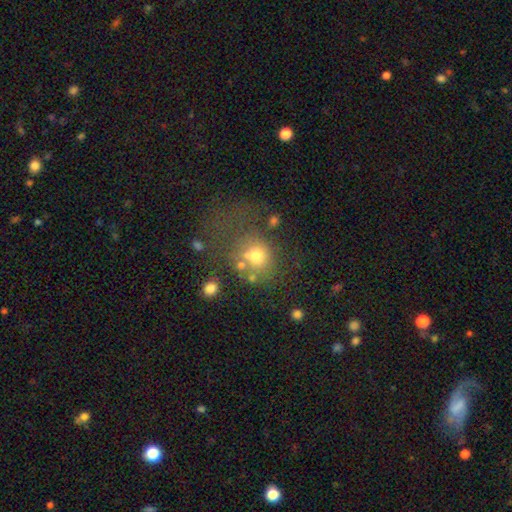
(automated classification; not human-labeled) Q: Smooth or featured?
A: smooth (68%); runner-up: star or artifact (16%)
Q: How rounded?
A: round (68%); runner-up: in between (31%)
Q: Merging?
A: none (39%); runner-up: major disturbance (26%)